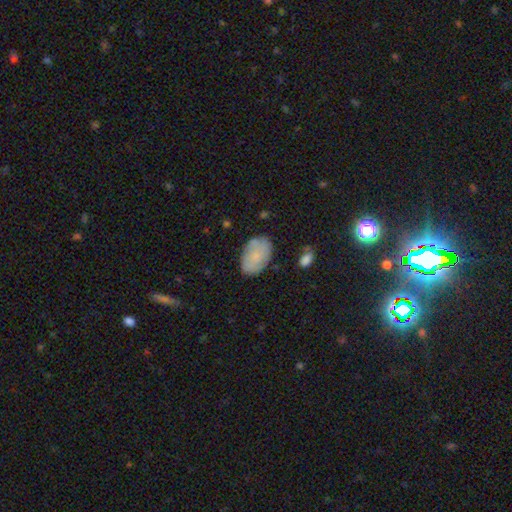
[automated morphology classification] The model was most divided on "smooth or featured": smooth: 75%, featured or disk: 18%, star or artifact: 7%. More confident: how rounded — in between (91%); merging — none (77%).